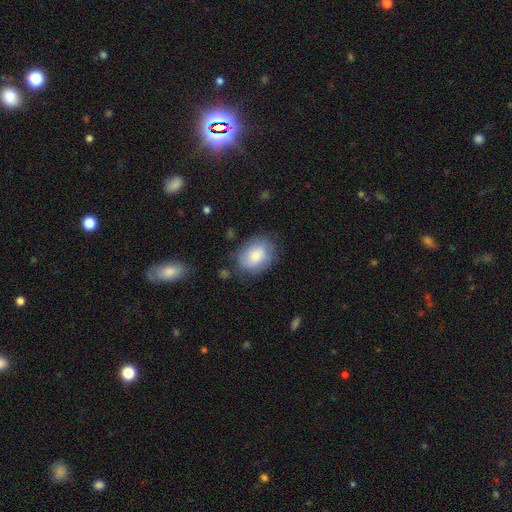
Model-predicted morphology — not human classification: The model was most divided on "how rounded": in between: 59%, round: 40%, cigar-shaped: 1%. More confident: smooth or featured — smooth (73%); merging — none (71%).